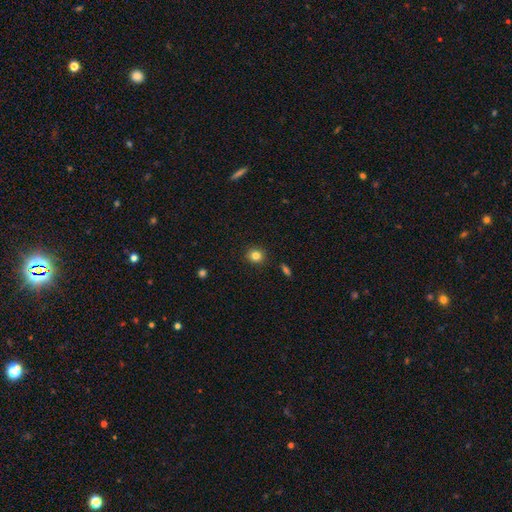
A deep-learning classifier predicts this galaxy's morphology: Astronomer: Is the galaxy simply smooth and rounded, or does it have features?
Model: smooth — 83%.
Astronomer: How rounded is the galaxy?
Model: round — 86%.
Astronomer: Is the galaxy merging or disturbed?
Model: none — 91%.